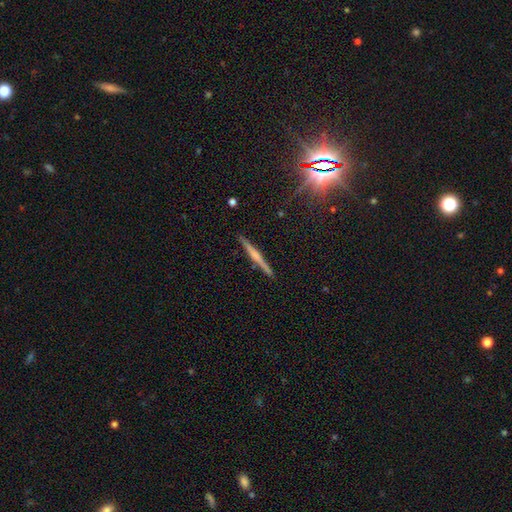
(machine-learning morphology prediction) smooth-or-featured: featured or disk: 61% | smooth: 30% | star or artifact: 9%
  disk-edge-on: yes: 98% | no: 2%
    edge-on-bulge: rounded: 42% (tied) | none: 42% (tied) | boxy: 16%
  merging: none: 91% | minor disturbance: 6% | major disturbance: 1% | merger: 1%